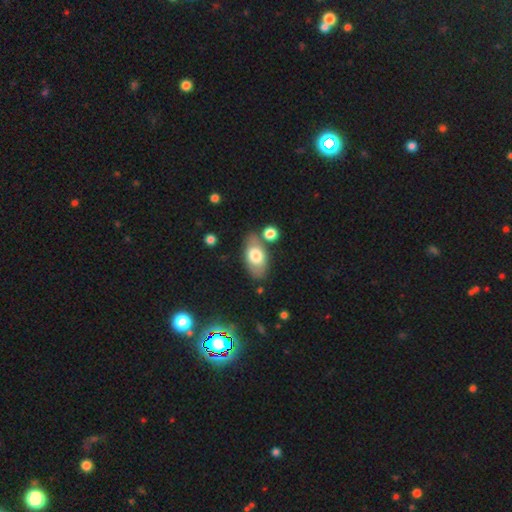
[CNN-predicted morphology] The model was most divided on "smooth or featured": smooth: 69%, featured or disk: 24%, star or artifact: 7%. More confident: how rounded — in between (90%); merging — none (69%).